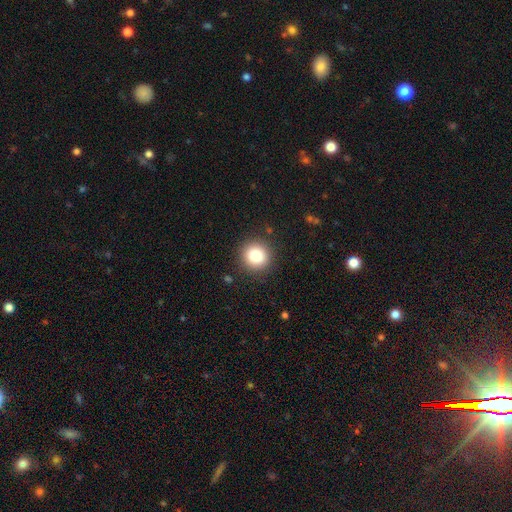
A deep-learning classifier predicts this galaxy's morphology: Smooth or featured?
  - smooth: 82% *
  - star or artifact: 11%
  - featured or disk: 7%
How rounded?
  - round: 94% *
  - in between: 5%
  - cigar-shaped: 1%
Merging?
  - none: 89% *
  - minor disturbance: 7%
  - major disturbance: 2%
  - merger: 1%